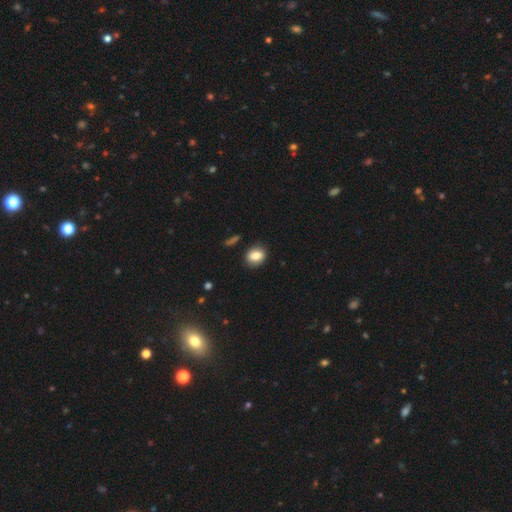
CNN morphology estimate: Smooth or featured: smooth — 83% (featured or disk — 9%)
How rounded: in between — 61% (round — 38%)
Merging: none — 83% (minor disturbance — 12%)